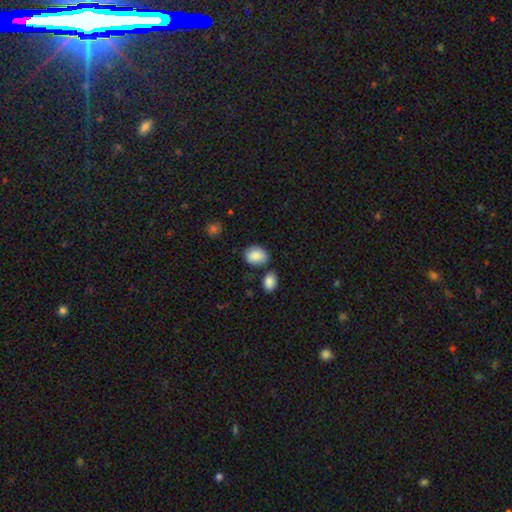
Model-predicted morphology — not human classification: Smooth or featured: smooth — 88% (star or artifact — 7%)
How rounded: in between — 67% (round — 32%)
Merging: none — 70% (minor disturbance — 16%)